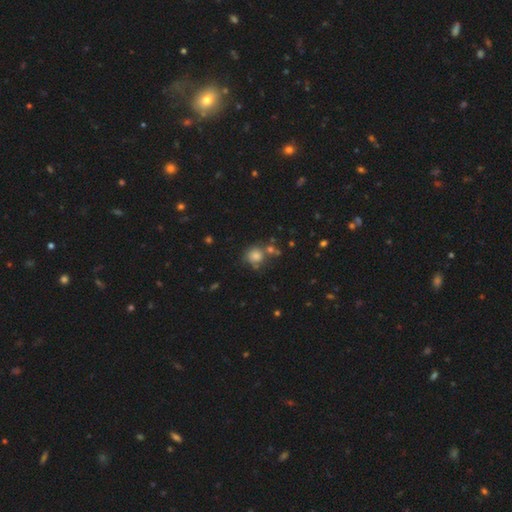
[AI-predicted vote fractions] Smooth or featured: smooth — 76% (star or artifact — 16%)
How rounded: round — 88% (in between — 11%)
Merging: none — 64% (minor disturbance — 15%)